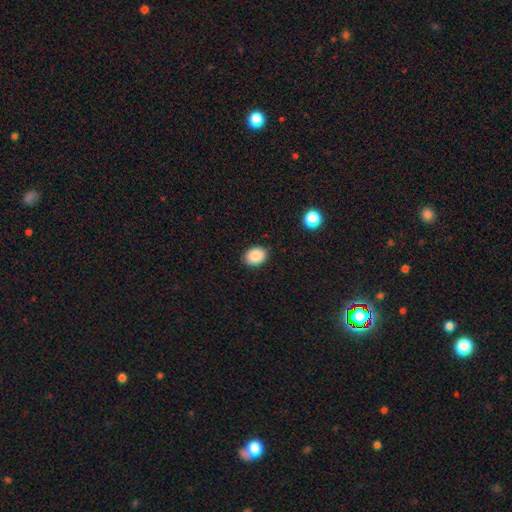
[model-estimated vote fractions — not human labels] This appears to be a smooth galaxy with no disk features (89%) that is in between round and cigar-shaped (67%). Merging: none (88%).